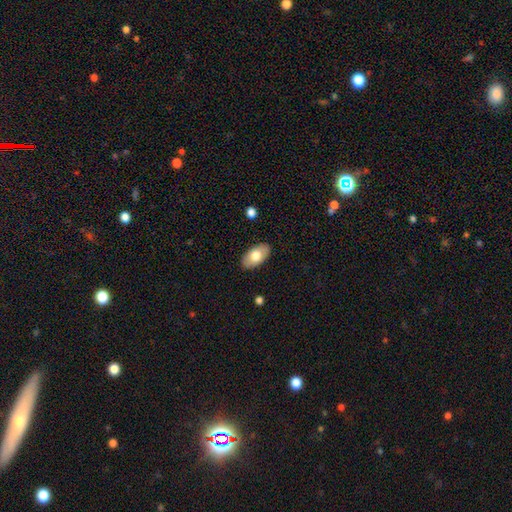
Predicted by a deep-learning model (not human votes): Smooth or featured? smooth (74%)
How rounded? in between (95%)
Merging? none (87%)